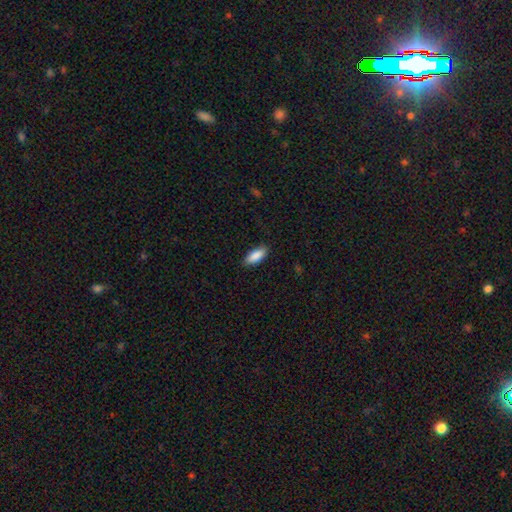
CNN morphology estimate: This is clearly a smooth galaxy (89%). How rounded: clearly in between (82%). Merging: clearly none (86%).